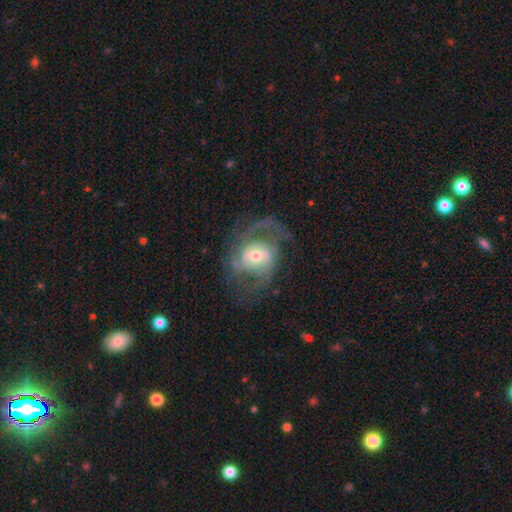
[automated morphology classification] Smooth or featured?
  - featured or disk: 83% *
  - smooth: 11%
  - star or artifact: 6%
Edge-on disk?
  - no: 97% *
  - yes: 3%
Bar?
  - no: 56% *
  - weak: 33%
  - strong: 10%
Spiral arms?
  - yes: 91% *
  - no: 9%
Spiral winding?
  - medium: 49% *
  - tight: 26%
  - loose: 25%
Spiral arm count?
  - 2: 48% *
  - can't tell: 19%
  - 3: 18%
  - 1: 6%
  - 4: 5%
  - more than 4: 4%
Bulge size?
  - moderate: 52% *
  - small: 38%
  - large: 7%
  - dominant: 1%
  - none: 1%
Merging?
  - none: 57% *
  - major disturbance: 24%
  - minor disturbance: 17%
  - merger: 2%